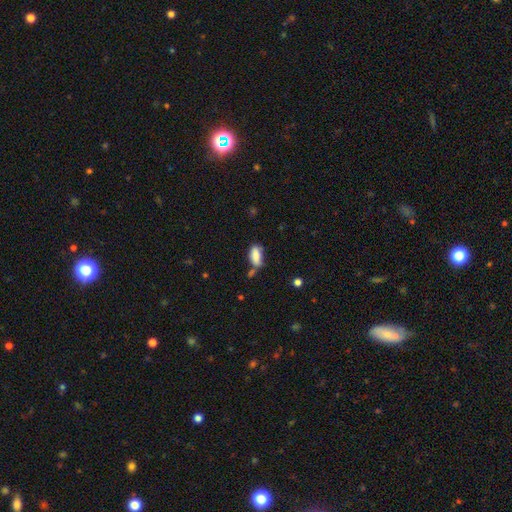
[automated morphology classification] smooth 84%, star or artifact 8%, featured or disk 7%. Down the decision tree: how rounded — in between (85%); merging — none (50%).